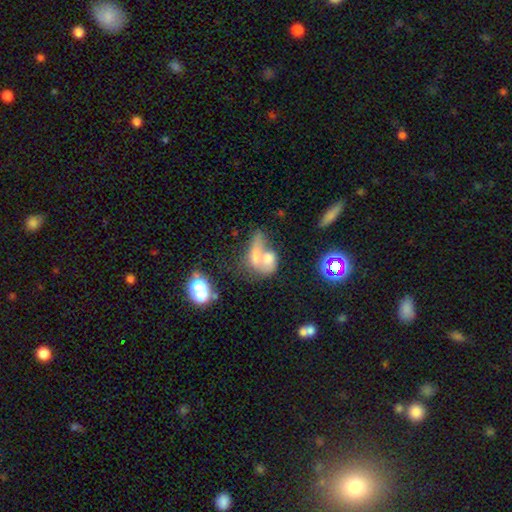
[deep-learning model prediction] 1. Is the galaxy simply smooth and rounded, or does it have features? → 56% smooth, 30% featured or disk, 14% star or artifact.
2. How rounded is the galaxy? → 62% in between, 31% round, 7% cigar-shaped.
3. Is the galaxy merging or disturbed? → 62% merger, 15% none, 15% major disturbance, 8% minor disturbance.